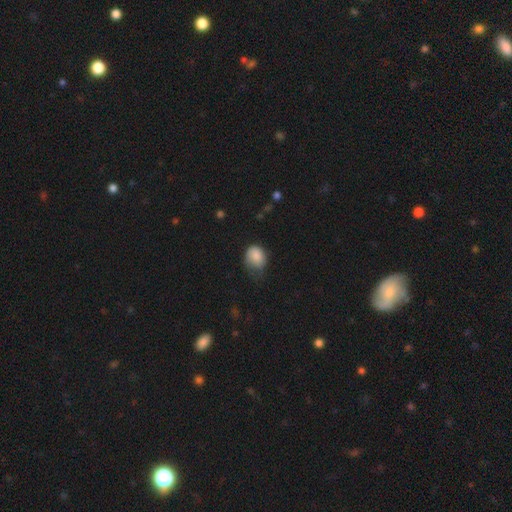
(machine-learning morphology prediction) smooth 84%, star or artifact 8%, featured or disk 7%. Down the decision tree: how rounded — round (50%); merging — minor disturbance (41%).